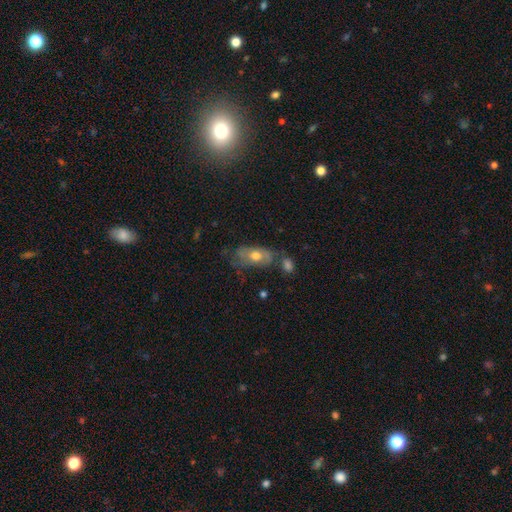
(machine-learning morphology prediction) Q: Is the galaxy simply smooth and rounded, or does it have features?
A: smooth — 47%.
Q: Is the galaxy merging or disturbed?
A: none — 49%.